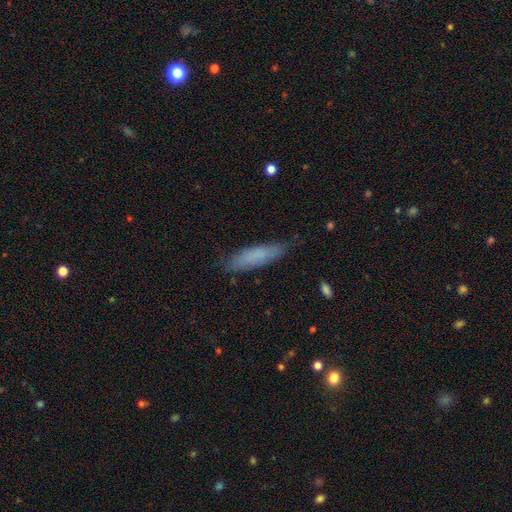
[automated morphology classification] smooth-or-featured: smooth: 78% | featured or disk: 15% | star or artifact: 7%
  how-rounded: cigar-shaped: 68% | in between: 31% | round: 1%
  merging: none: 78% | minor disturbance: 17% | major disturbance: 4% | merger: 1%